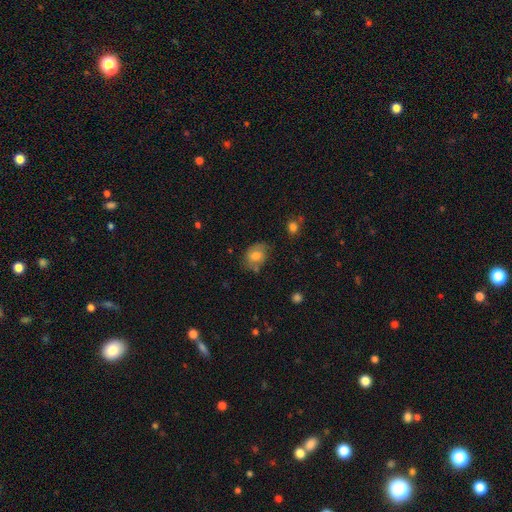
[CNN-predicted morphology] smooth-or-featured: smooth: 71% | featured or disk: 19% | star or artifact: 10%
  how-rounded: in between: 54% | round: 45% | cigar-shaped: 1%
  merging: none: 63% | minor disturbance: 25% | major disturbance: 7% | merger: 5%